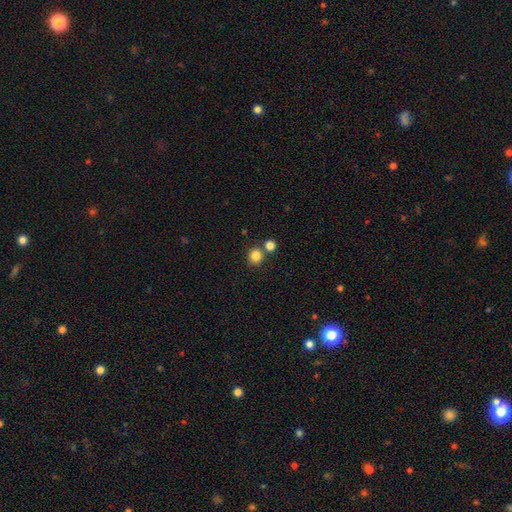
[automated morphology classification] Smooth or featured?
  - smooth: 83% *
  - star or artifact: 12%
  - featured or disk: 5%
How rounded?
  - round: 88% *
  - in between: 11%
  - cigar-shaped: 1%
Merging?
  - none: 73% *
  - merger: 18%
  - minor disturbance: 7%
  - major disturbance: 2%